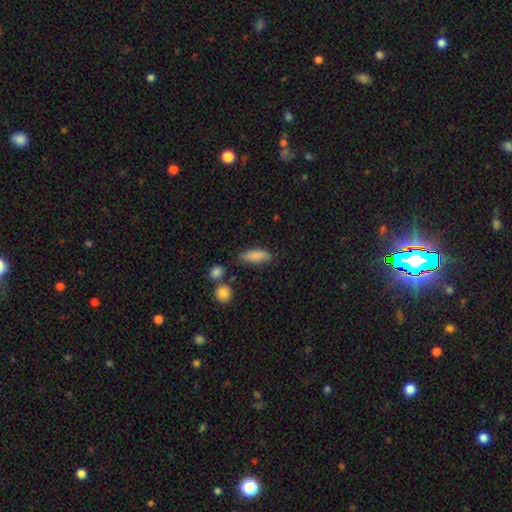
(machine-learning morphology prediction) smooth-or-featured: smooth: 85% | featured or disk: 8% | star or artifact: 8%
  how-rounded: in between: 70% | cigar-shaped: 27% | round: 3%
  merging: none: 72% | minor disturbance: 19% | major disturbance: 5% | merger: 5%